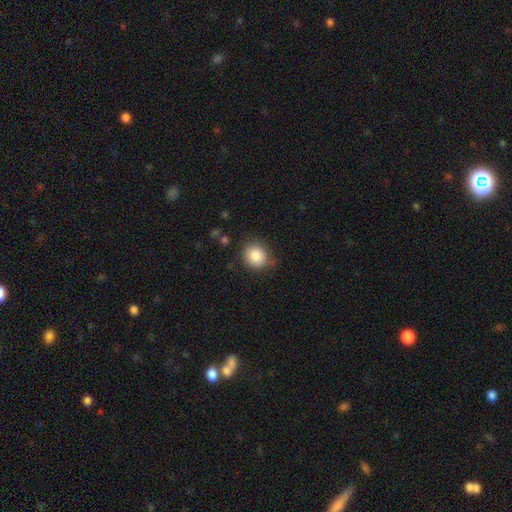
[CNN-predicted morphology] smooth-or-featured: smooth: 86% | star or artifact: 9% | featured or disk: 5%
  how-rounded: round: 80% | in between: 19% | cigar-shaped: 1%
  merging: none: 80% | minor disturbance: 14% | major disturbance: 4% | merger: 2%